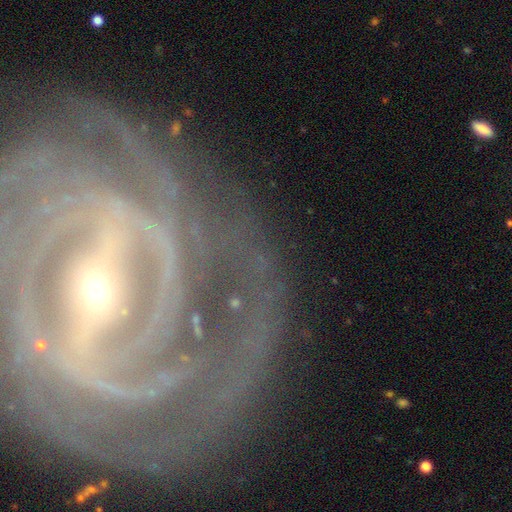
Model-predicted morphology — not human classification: Smooth or featured? Predicted: featured or disk (p=0.89). Edge-on disk? Predicted: no (p=0.96). Bar? Predicted: strong (p=0.65). Spiral arms? Predicted: yes (p=0.96). Spiral winding? Predicted: tight (p=0.68). Spiral arm count? Predicted: 2 (p=0.24). Bulge size? Predicted: small (p=0.78). Merging? Predicted: none (p=0.72).